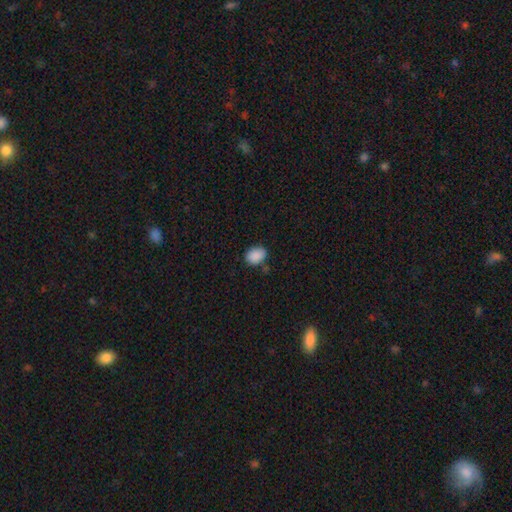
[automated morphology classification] smooth-or-featured: smooth: 89% | star or artifact: 8% | featured or disk: 3%
  how-rounded: in between: 73% | round: 26% | cigar-shaped: 1%
  merging: none: 78% | minor disturbance: 15% | merger: 3% | major disturbance: 3%